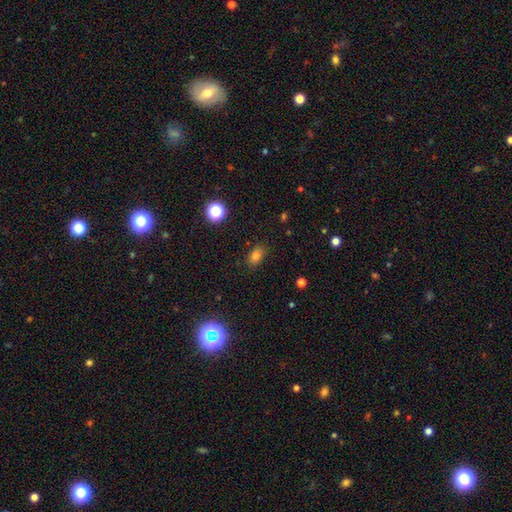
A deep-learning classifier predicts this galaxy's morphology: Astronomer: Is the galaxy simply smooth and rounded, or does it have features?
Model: smooth — 78%.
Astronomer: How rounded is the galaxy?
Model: in between — 79%.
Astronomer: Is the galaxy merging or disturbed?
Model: none — 85%.